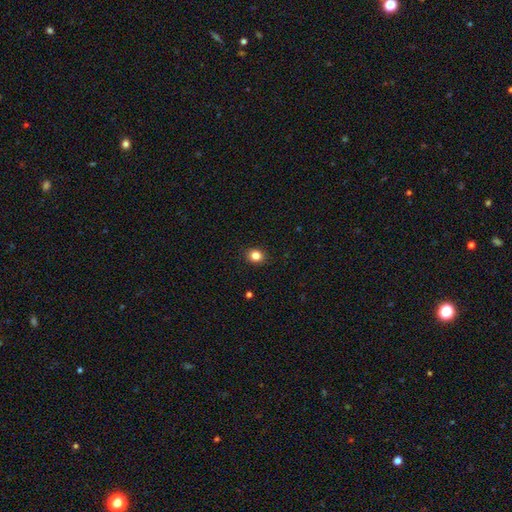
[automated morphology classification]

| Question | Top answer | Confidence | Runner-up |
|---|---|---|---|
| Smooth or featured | smooth | 83% | star or artifact (11%) |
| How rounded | round | 71% | in between (28%) |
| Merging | none | 91% | minor disturbance (6%) |